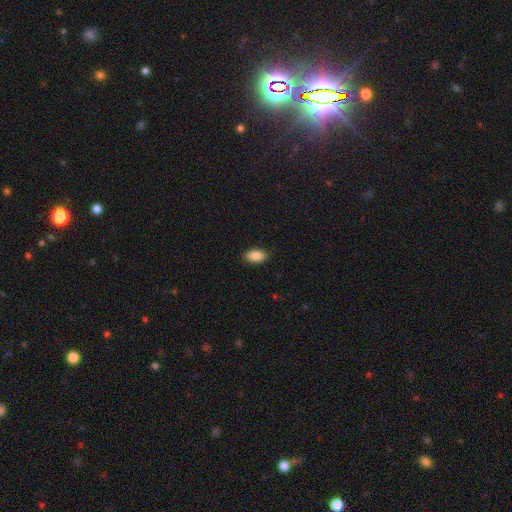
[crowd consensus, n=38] Morphology: type=smooth (95%); roundness=in between (92%); merging=none (92%).